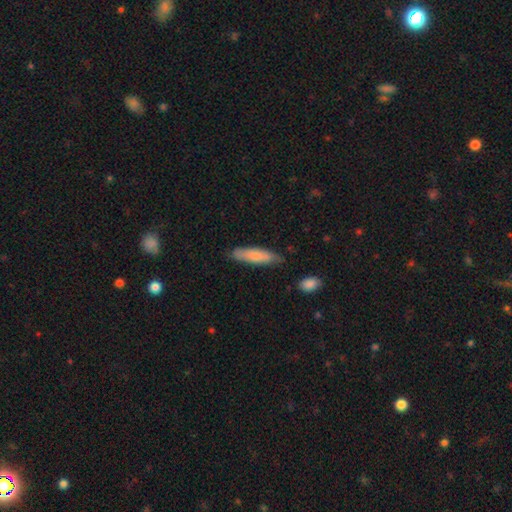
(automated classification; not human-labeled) A smooth galaxy with no disk features (77%) that is cigar-shaped (73%). Merging: none (78%).